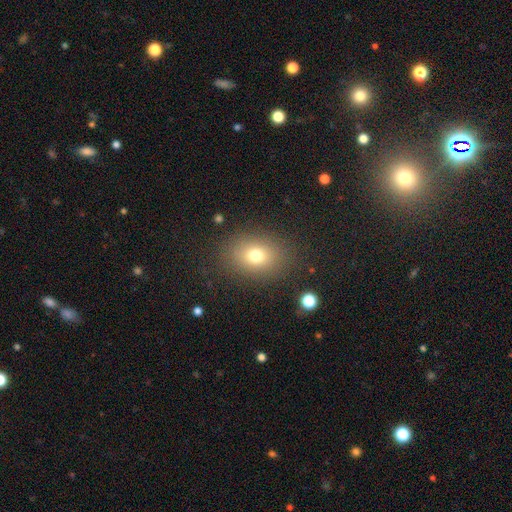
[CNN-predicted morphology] A smooth galaxy with no disk features (73%) that is in between round and cigar-shaped (59%).

Vote fractions:
- Smooth or featured? smooth: 73% / star or artifact: 14% / featured or disk: 12%
- How rounded? in between: 59% / round: 40% / cigar-shaped: 1%
- Merging? none: 83% / minor disturbance: 10% / major disturbance: 5% / merger: 2%